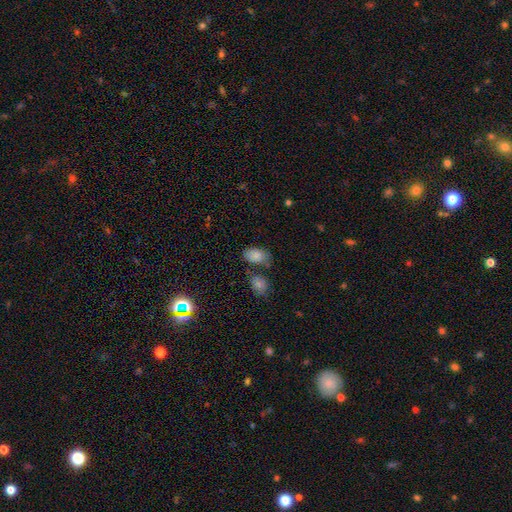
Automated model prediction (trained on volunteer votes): Smooth or featured? smooth (83%)
How rounded? in between (89%)
Merging? none (57%)